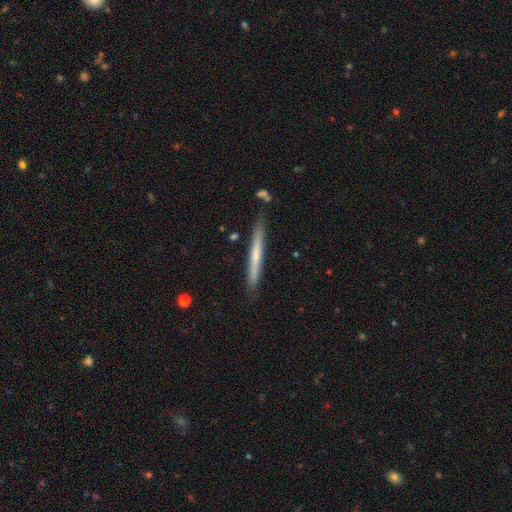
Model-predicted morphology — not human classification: Smooth or featured?
  - smooth: 50% *
  - featured or disk: 44%
  - star or artifact: 6%
How rounded?
  - cigar-shaped: 97% *
  - in between: 2%
  - round: 1%
Merging?
  - none: 85% *
  - minor disturbance: 10%
  - merger: 2%
  - major disturbance: 2%